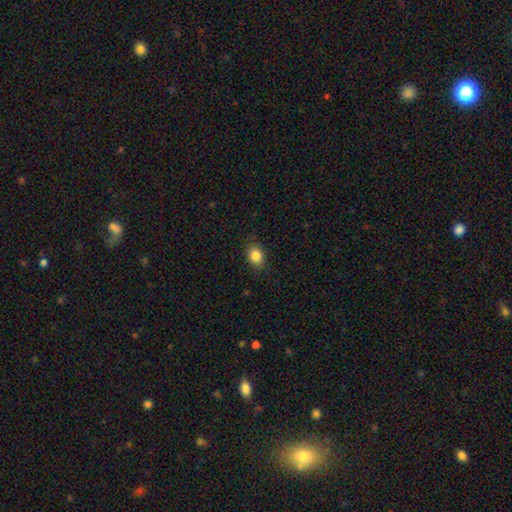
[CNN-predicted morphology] Smooth or featured?
  - smooth: 86% *
  - star or artifact: 9%
  - featured or disk: 5%
How rounded?
  - in between: 64% *
  - round: 35%
  - cigar-shaped: 1%
Merging?
  - none: 85% *
  - minor disturbance: 12%
  - major disturbance: 3%
  - merger: 1%